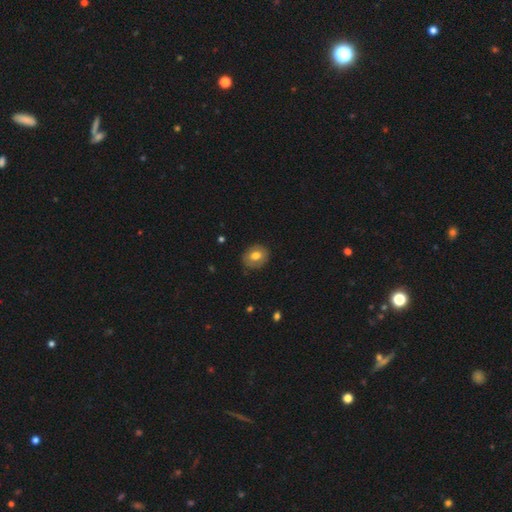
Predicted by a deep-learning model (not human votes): Overall: smooth (68%). How rounded: round (58%; in between 41%). Merging: none (83%).